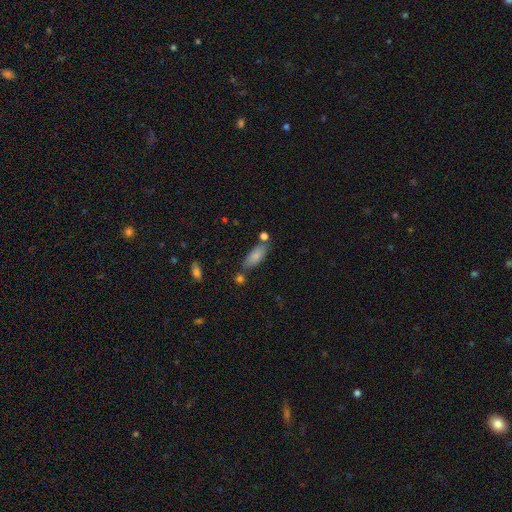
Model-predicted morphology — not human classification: Smooth or featured? smooth (81%)
How rounded? in between (75%)
Merging? none (68%)